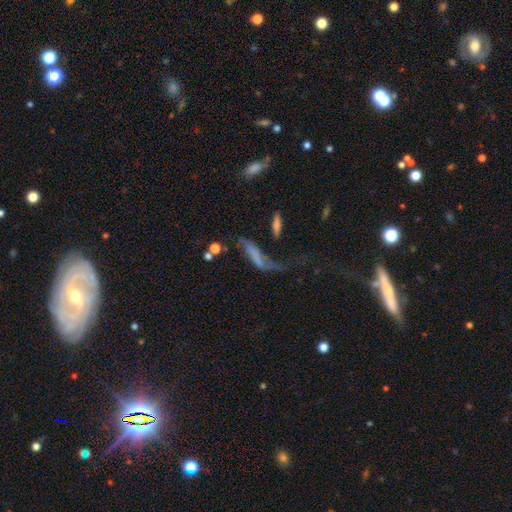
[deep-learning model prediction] This appears to be a smooth galaxy with no disk features (46%). Merging: major disturbance (44%).